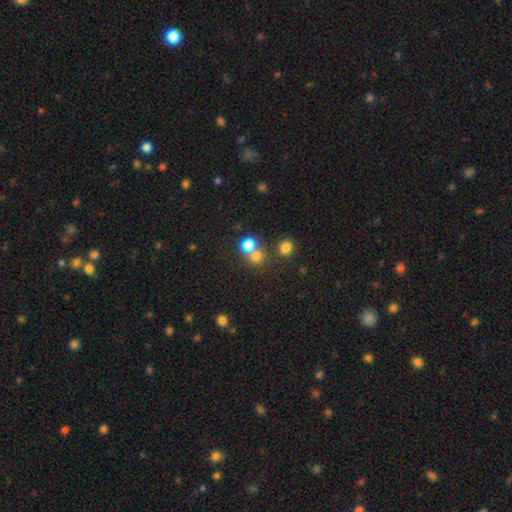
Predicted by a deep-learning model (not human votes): Smooth or featured?
  - smooth: 73% *
  - star or artifact: 17%
  - featured or disk: 10%
How rounded?
  - round: 86% *
  - in between: 13%
  - cigar-shaped: 1%
Merging?
  - none: 50% *
  - merger: 40%
  - minor disturbance: 6%
  - major disturbance: 3%